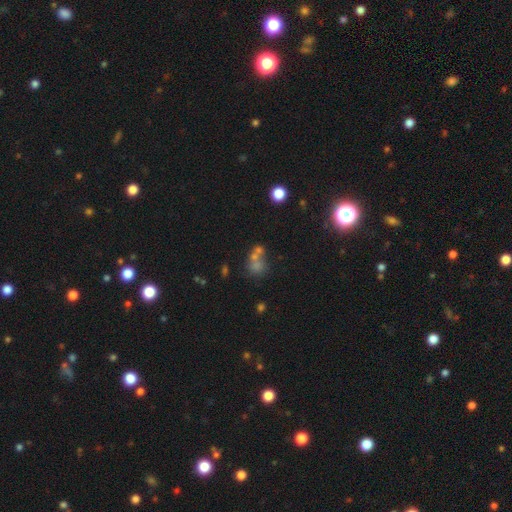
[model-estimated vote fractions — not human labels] smooth 49%, star or artifact 32%, featured or disk 19%. Down the decision tree: merging — merger (47%).